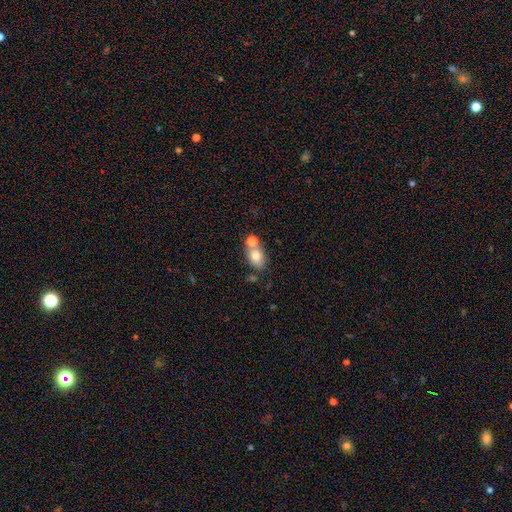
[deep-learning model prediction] smooth-or-featured: smooth: 76% | featured or disk: 14% | star or artifact: 10%
  how-rounded: in between: 77% | round: 21% | cigar-shaped: 2%
  merging: none: 55% | merger: 29% | minor disturbance: 12% | major disturbance: 4%